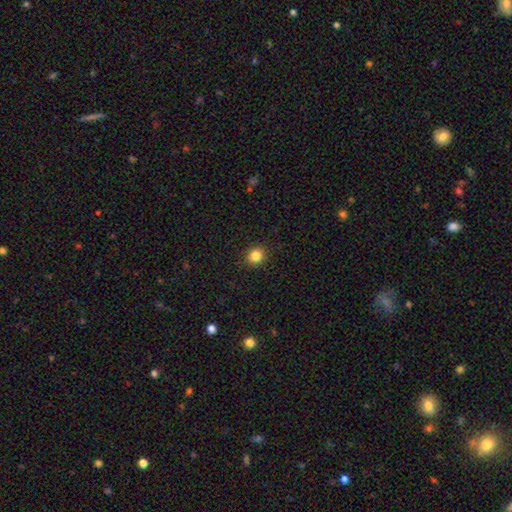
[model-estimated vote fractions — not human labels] The model was most divided on "how rounded": round: 84%, in between: 15%, cigar-shaped: 1%. More confident: merging — none (91%); smooth or featured — smooth (84%).